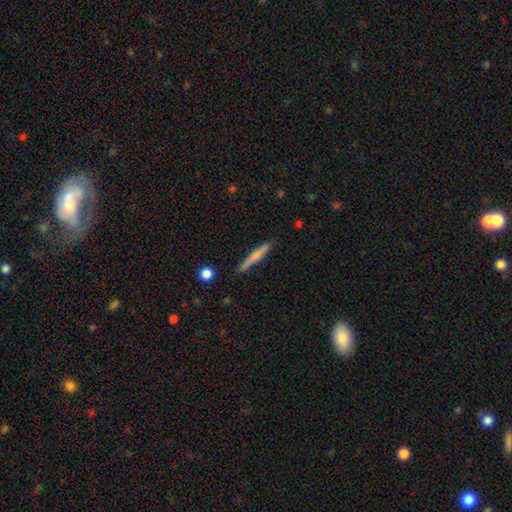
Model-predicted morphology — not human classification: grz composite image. It shows a smooth galaxy with no disk features (61%) that is cigar-shaped (95%). Merging: none (86%).